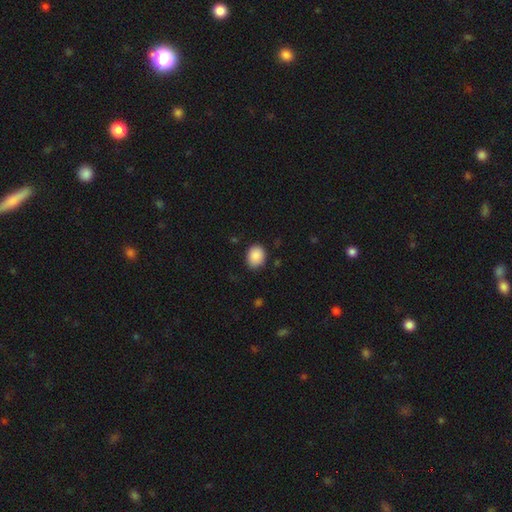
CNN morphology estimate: Smooth or featured?
  - smooth: 89% *
  - star or artifact: 8%
  - featured or disk: 3%
How rounded?
  - round: 52% *
  - in between: 47%
  - cigar-shaped: 1%
Merging?
  - none: 83% *
  - minor disturbance: 13%
  - major disturbance: 3%
  - merger: 1%